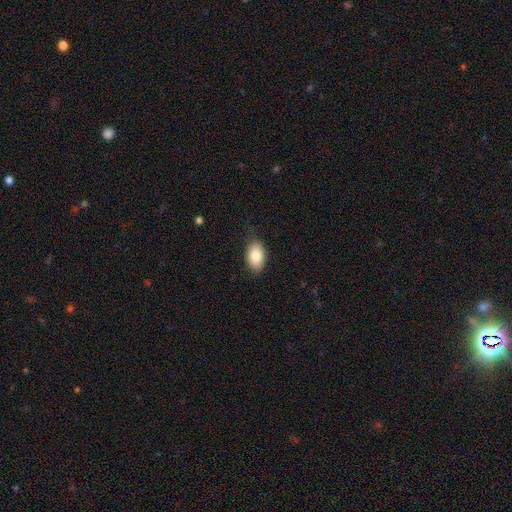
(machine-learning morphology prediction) smooth-or-featured: smooth: 83% | featured or disk: 9% | star or artifact: 7%
  how-rounded: in between: 91% | round: 8% | cigar-shaped: 1%
  merging: none: 81% | minor disturbance: 15% | major disturbance: 3% | merger: 1%